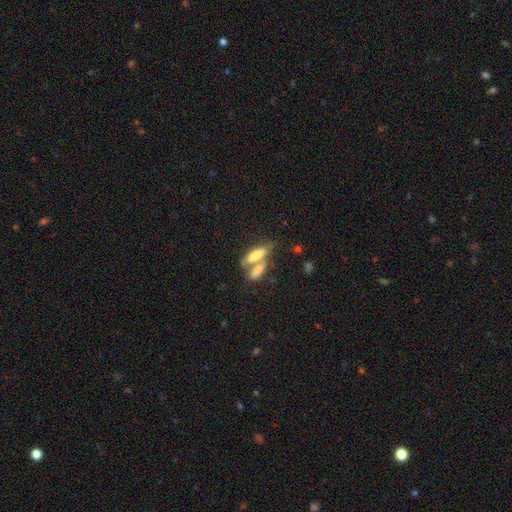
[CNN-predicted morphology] Q: Smooth or featured?
A: smooth (67%); runner-up: featured or disk (26%)
Q: How rounded?
A: in between (58%); runner-up: cigar-shaped (39%)
Q: Merging?
A: merger (58%); runner-up: none (27%)